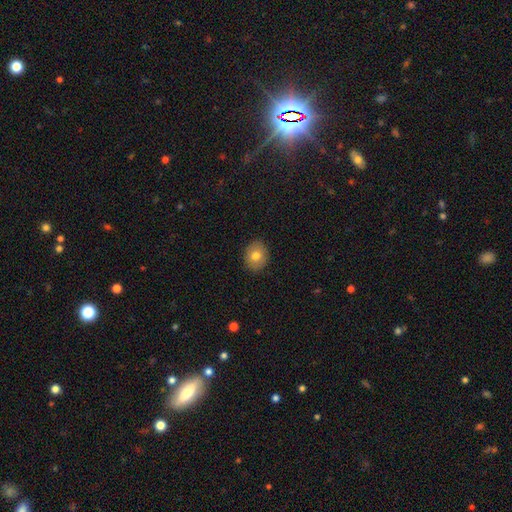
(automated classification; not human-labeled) This is likely a smooth galaxy (76%). How rounded: possibly round (59%). Merging: clearly none (88%).